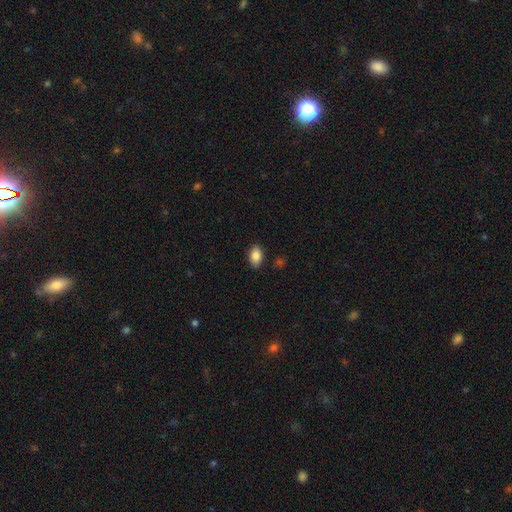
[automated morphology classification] This is clearly a smooth galaxy (86%). How rounded: clearly in between (90%). Merging: clearly none (87%).